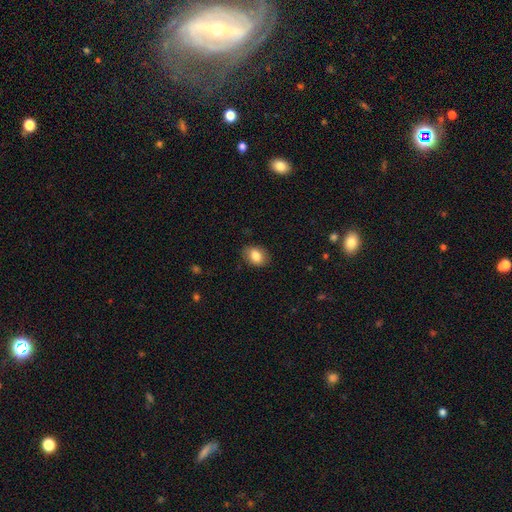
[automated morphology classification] Smooth or featured? Predicted: smooth (p=0.83). How rounded? Predicted: in between (p=0.75). Merging? Predicted: none (p=0.85).